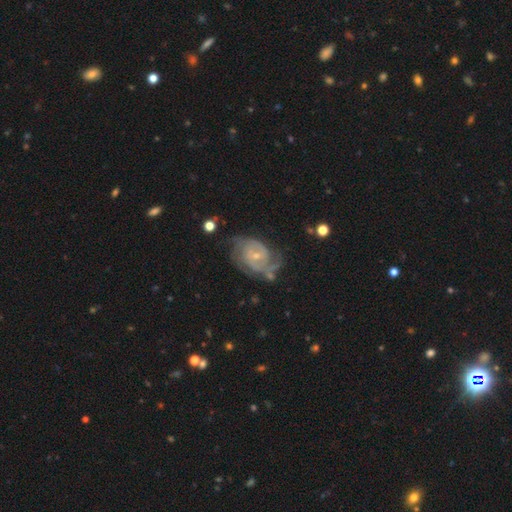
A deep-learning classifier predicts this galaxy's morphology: type=featured or disk (86%); edge-on=no (98%); bar=no (57%); spiral arms=yes (95%); winding=tight (51%); arm count=2 (41%); bulge=small (71%); merging=none (57%).